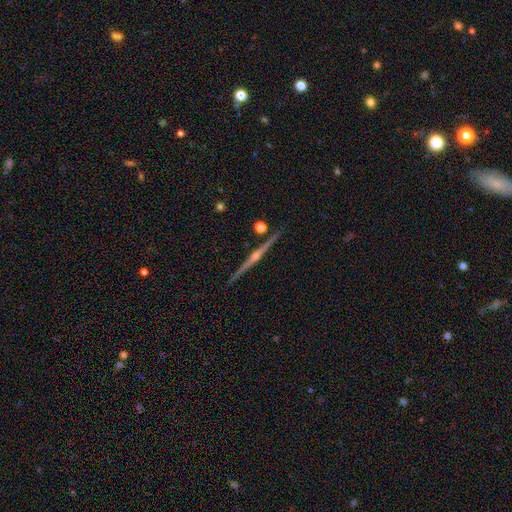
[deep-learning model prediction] smooth_or_featured: featured or disk (p=0.84) [alt: smooth p=0.09]
disk_edge_on: yes (p=0.98) [alt: no p=0.02]
edge_on_bulge: rounded (p=0.85) [alt: none p=0.09]
merging: none (p=0.89) [alt: minor disturbance p=0.07]